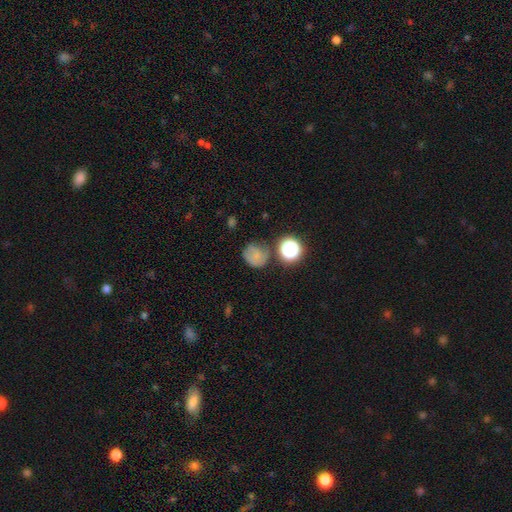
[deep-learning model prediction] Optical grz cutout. It shows a smooth galaxy with no disk features (64%) that is round (81%). Merging: none (61%).